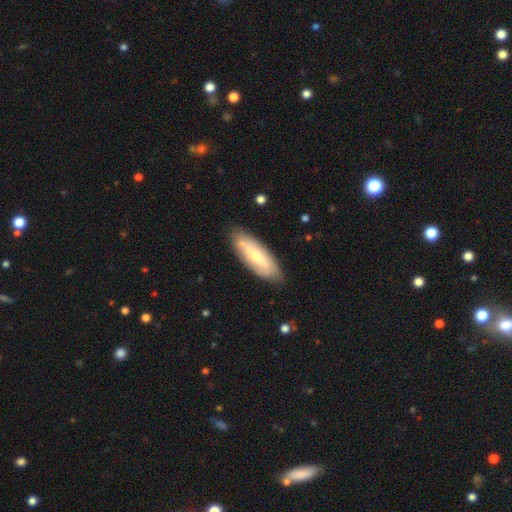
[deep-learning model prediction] smooth-or-featured: featured or disk: 49% | smooth: 45% | star or artifact: 6%
  merging: none: 82% | minor disturbance: 14% | major disturbance: 3% | merger: 2%